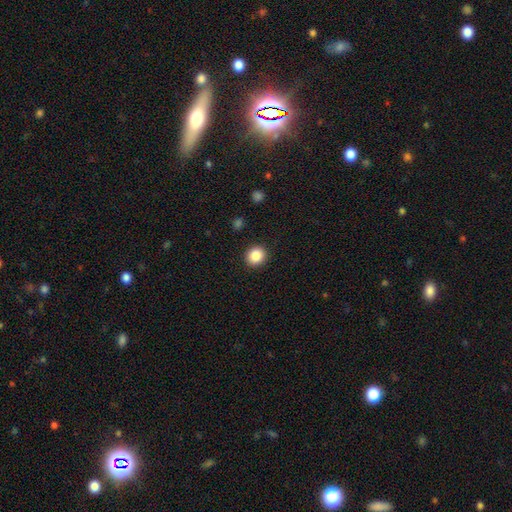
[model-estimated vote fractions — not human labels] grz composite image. It shows a smooth galaxy with no disk features (87%) that is round (79%). Merging: none (91%).